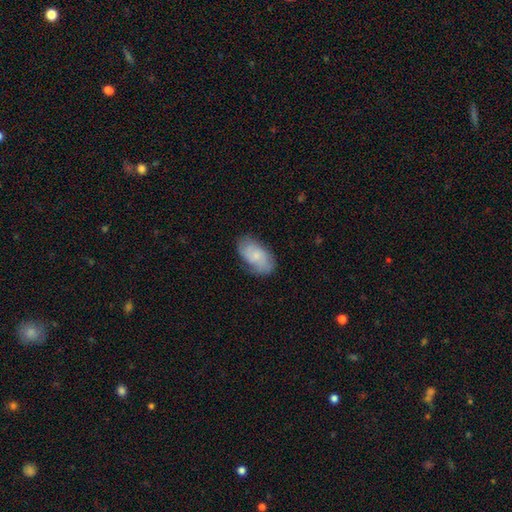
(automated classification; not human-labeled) smooth-or-featured: smooth: 60% | featured or disk: 33% | star or artifact: 7%
  how-rounded: in between: 93% | round: 4% | cigar-shaped: 2%
  merging: none: 71% | minor disturbance: 22% | major disturbance: 6% | merger: 1%